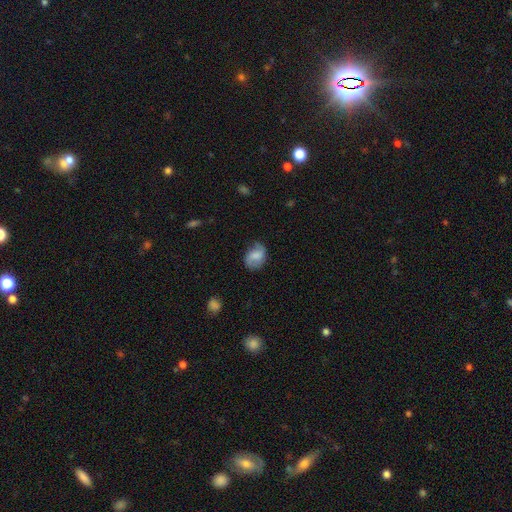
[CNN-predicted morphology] The model was most divided on "smooth or featured": smooth: 51%, featured or disk: 40%, star or artifact: 9%. More confident: how rounded — in between (67%); merging — none (66%).